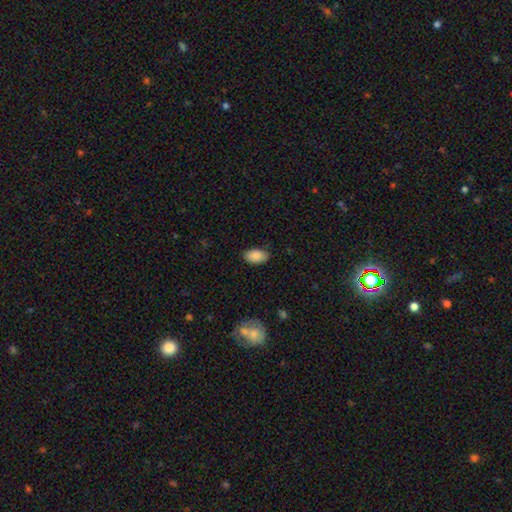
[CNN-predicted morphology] This appears to be a smooth galaxy with no disk features (88%) that is in between round and cigar-shaped (93%). Merging: none (80%).